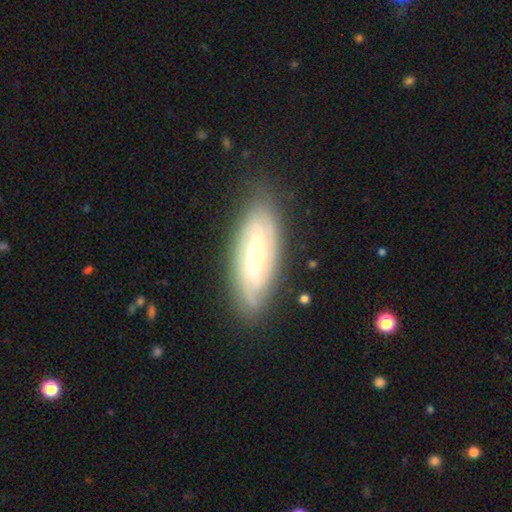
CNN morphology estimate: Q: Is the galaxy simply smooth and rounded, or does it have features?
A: featured or disk — 77%.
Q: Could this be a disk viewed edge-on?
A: no — 86%.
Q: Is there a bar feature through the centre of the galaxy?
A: no — 46%.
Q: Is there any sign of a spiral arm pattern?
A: yes — 92%.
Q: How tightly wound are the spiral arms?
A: tight — 64%.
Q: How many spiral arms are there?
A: can't tell — 38%.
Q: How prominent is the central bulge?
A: small — 47%.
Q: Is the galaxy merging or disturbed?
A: none — 81%.